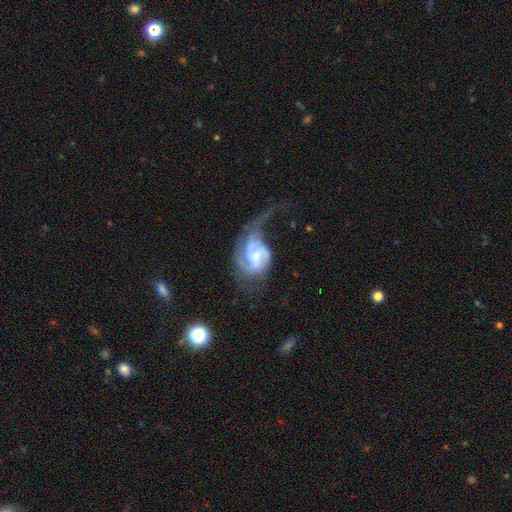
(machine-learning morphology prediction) smooth-or-featured: featured or disk: 79% | smooth: 15% | star or artifact: 6%
  disk-edge-on: no: 98% | yes: 2%
    bar: no: 55% | weak: 37% | strong: 8%
    has-spiral-arms: yes: 92% | no: 8%
      spiral-winding: medium: 43% | loose: 32% | tight: 25%
      spiral-arm-count: 2: 46% | 3: 19% | can't tell: 16% | 1: 11% | 4: 4% | more than 4: 3%
    bulge-size: small: 45% | moderate: 42% | none: 6% | large: 5% | dominant: 1%
  merging: major disturbance: 55% | none: 20% | minor disturbance: 19% | merger: 5%